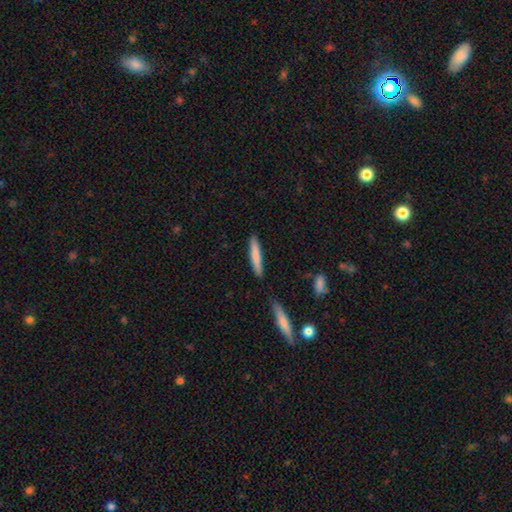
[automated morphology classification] smooth-or-featured: smooth: 78% | featured or disk: 17% | star or artifact: 5%
  how-rounded: cigar-shaped: 92% | in between: 7% | round: 1%
  merging: none: 87% | minor disturbance: 8% | merger: 2% | major disturbance: 2%